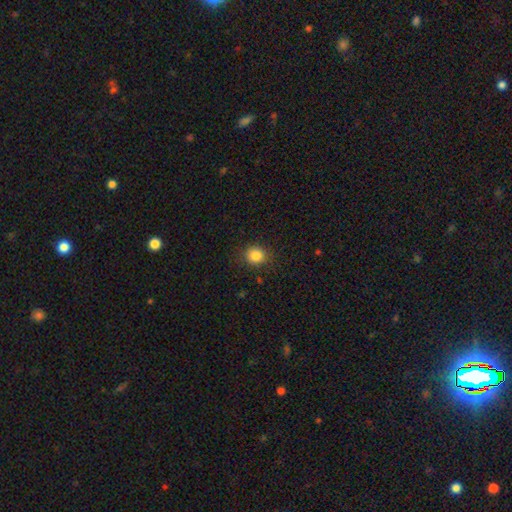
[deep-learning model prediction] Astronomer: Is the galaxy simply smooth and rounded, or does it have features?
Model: smooth — 84%.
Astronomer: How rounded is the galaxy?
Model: round — 83%.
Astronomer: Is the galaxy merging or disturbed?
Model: none — 87%.